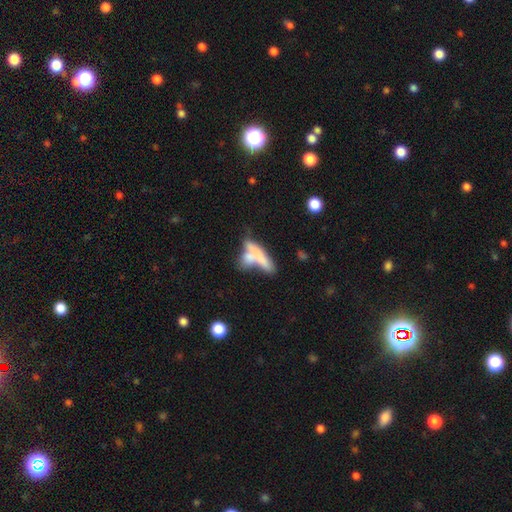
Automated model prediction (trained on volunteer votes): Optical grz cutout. It shows a smooth galaxy with no disk features (67%) that is cigar-shaped (65%). Merging: merger (49%).